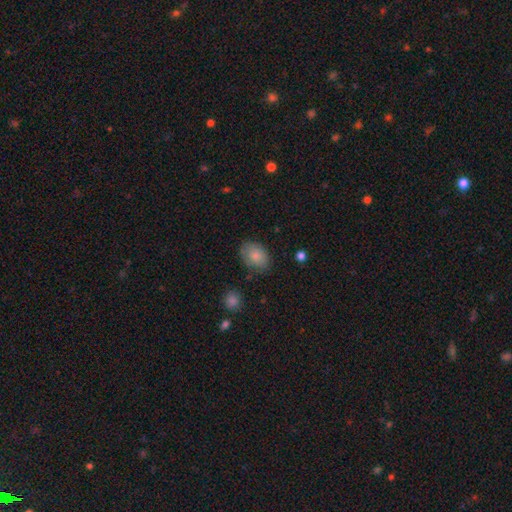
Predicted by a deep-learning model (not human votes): This is clearly a smooth galaxy (84%). How rounded: likely in between (76%). Merging: likely none (77%).